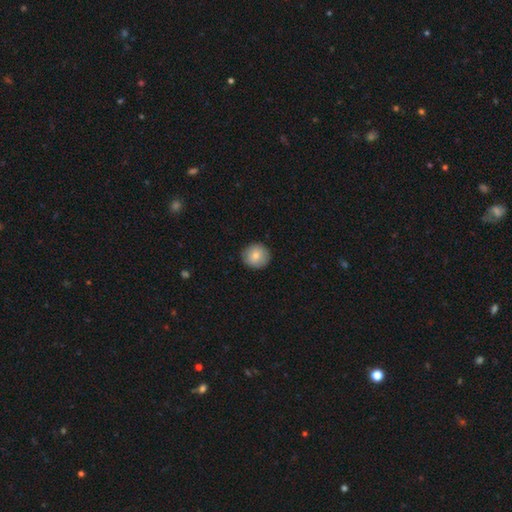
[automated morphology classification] The model was most divided on "smooth or featured": smooth: 78%, featured or disk: 14%, star or artifact: 8%. More confident: how rounded — round (92%); merging — none (89%).